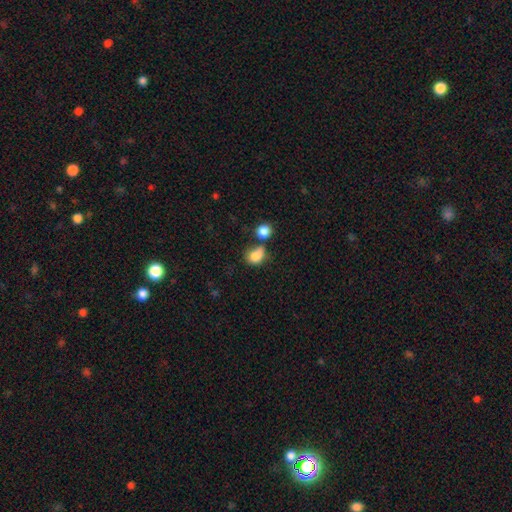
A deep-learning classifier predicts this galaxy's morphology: smooth 82%, star or artifact 10%, featured or disk 8%. Down the decision tree: how rounded — in between (54%); merging — none (36%).